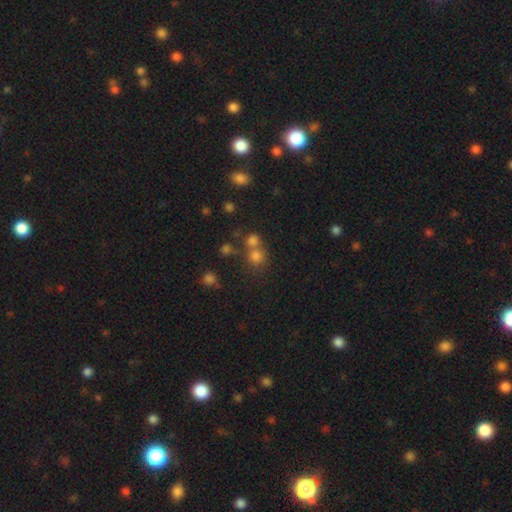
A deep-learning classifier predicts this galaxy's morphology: A smooth galaxy with no disk features (73%) that is round (86%).

Vote fractions:
- Smooth or featured? smooth: 73% / star or artifact: 18% / featured or disk: 8%
- How rounded? round: 86% / in between: 13% / cigar-shaped: 1%
- Merging? none: 53% / merger: 36% / minor disturbance: 8% / major disturbance: 4%